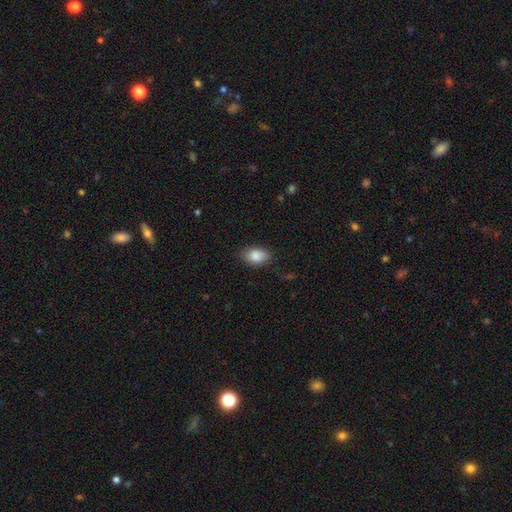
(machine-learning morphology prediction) Smooth or featured?
  - smooth: 87% *
  - star or artifact: 7%
  - featured or disk: 6%
How rounded?
  - in between: 88% *
  - round: 10%
  - cigar-shaped: 2%
Merging?
  - none: 83% *
  - minor disturbance: 13%
  - major disturbance: 3%
  - merger: 1%